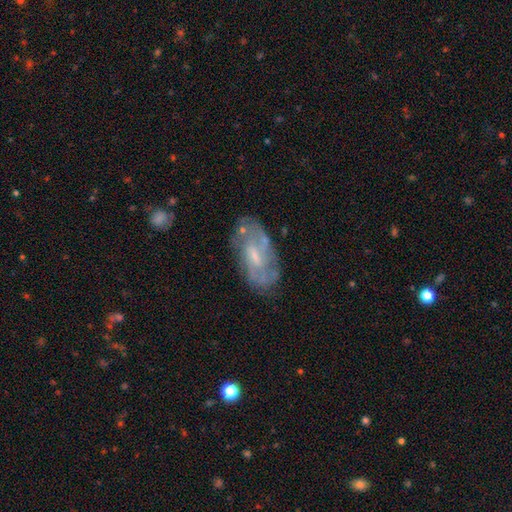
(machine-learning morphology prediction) Smooth or featured: featured or disk — 69% (smooth — 23%)
Edge-on disk: no — 93% (yes — 7%)
Bar: weak — 51% (no — 36%)
Spiral arms: yes — 72% (no — 28%)
Bulge size: small — 48% (moderate — 35%)
Merging: none — 67% (minor disturbance — 21%)